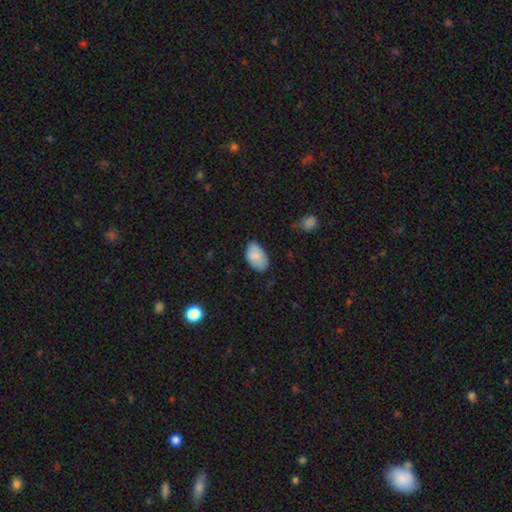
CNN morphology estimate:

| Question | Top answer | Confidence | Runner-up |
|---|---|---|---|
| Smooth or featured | smooth | 82% | featured or disk (11%) |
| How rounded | in between | 93% | round (6%) |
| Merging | none | 69% | minor disturbance (26%) |